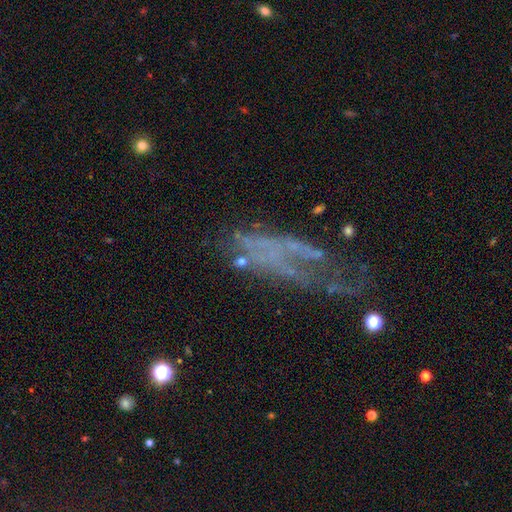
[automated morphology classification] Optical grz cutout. It shows a featured or disk galaxy (61%) with no bar (86%), no spiral arms (75%) and no central bulge (84%). Merging: major disturbance (45%).